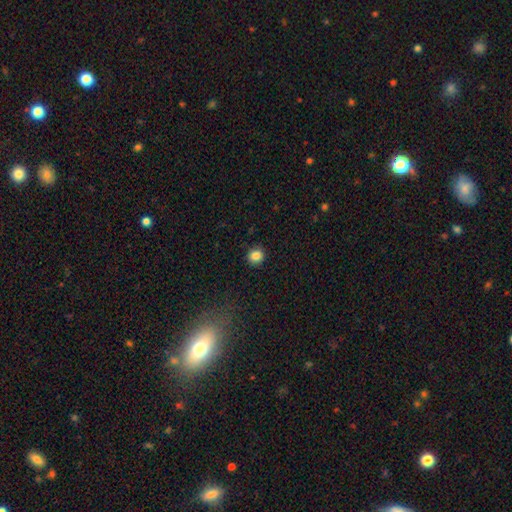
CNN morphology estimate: Q: Smooth or featured?
A: smooth (85%); runner-up: star or artifact (11%)
Q: How rounded?
A: round (86%); runner-up: in between (13%)
Q: Merging?
A: none (89%); runner-up: minor disturbance (7%)